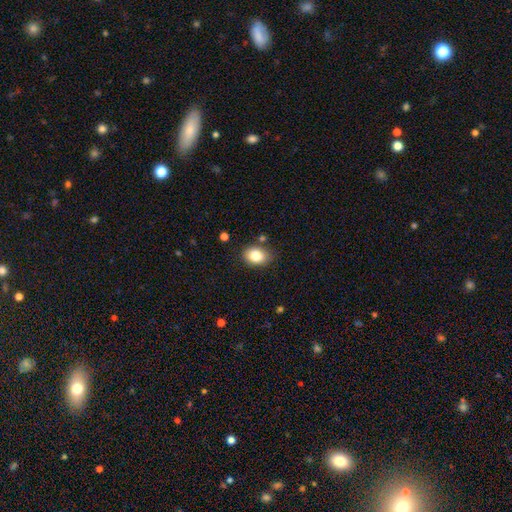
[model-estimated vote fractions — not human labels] A smooth galaxy with no disk features (83%) that is in between round and cigar-shaped (66%). Merging: none (80%).